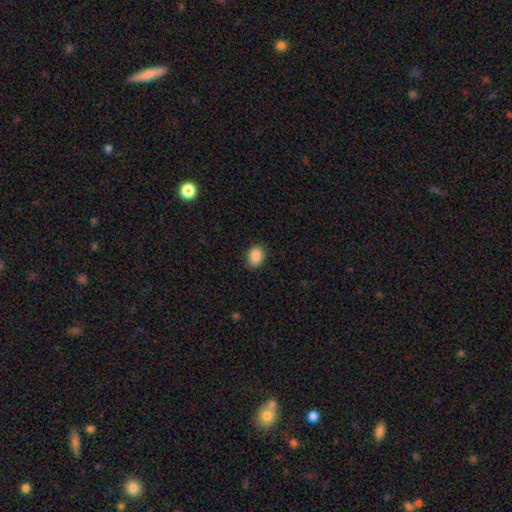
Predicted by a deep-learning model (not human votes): Smooth or featured? Predicted: smooth (p=0.88). How rounded? Predicted: in between (p=0.64). Merging? Predicted: none (p=0.84).